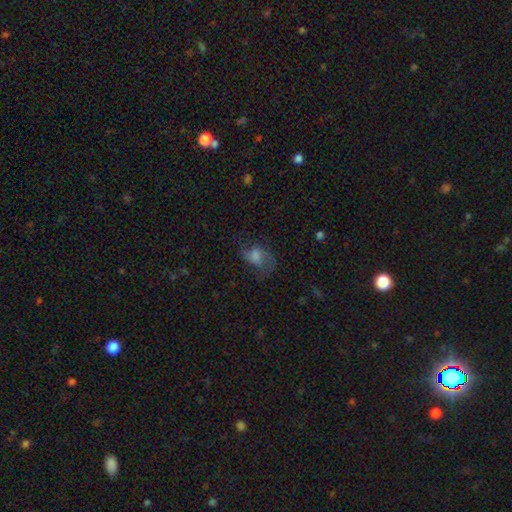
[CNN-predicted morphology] smooth_or_featured: featured or disk (p=0.43) [alt: smooth p=0.42]
merging: none (p=0.53) [alt: major disturbance p=0.24]